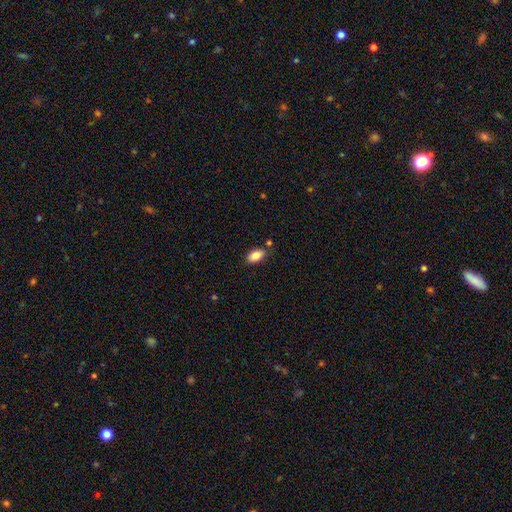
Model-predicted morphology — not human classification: Overall: smooth (85%). How rounded: in between (92%). Merging: none (79%).